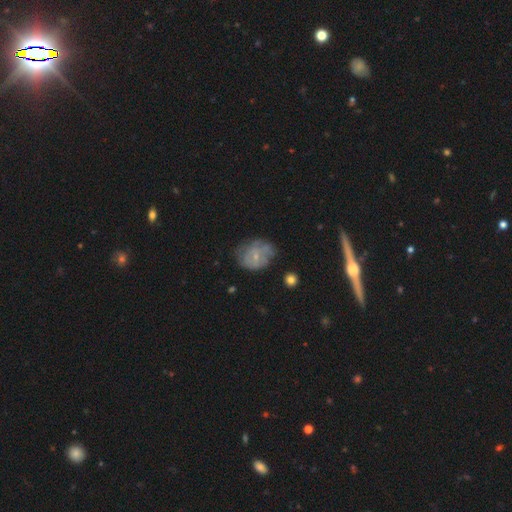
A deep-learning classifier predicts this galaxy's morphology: type=featured or disk (47%); merging=none (48%).